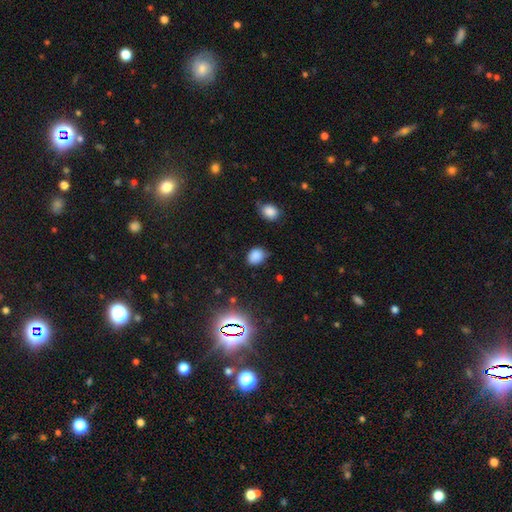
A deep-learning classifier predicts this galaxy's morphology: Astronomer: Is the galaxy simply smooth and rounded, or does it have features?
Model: smooth — 80%.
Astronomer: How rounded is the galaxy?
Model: round — 52% (runner-up: in between, 47%).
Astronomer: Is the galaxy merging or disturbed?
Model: none — 71%.